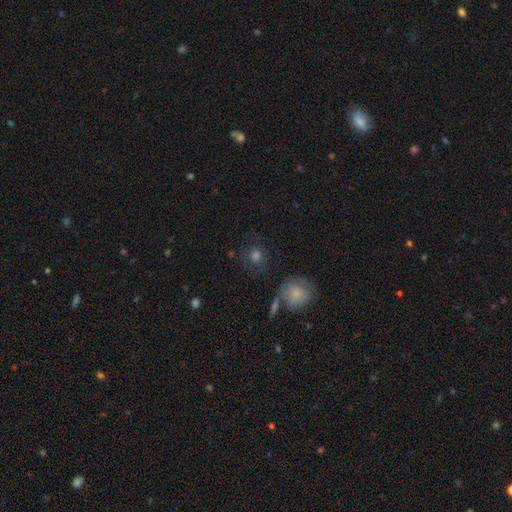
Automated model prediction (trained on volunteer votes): Q: Smooth or featured?
A: smooth (61%); runner-up: star or artifact (20%)
Q: How rounded?
A: round (80%); runner-up: in between (18%)
Q: Merging?
A: none (69%); runner-up: minor disturbance (15%)